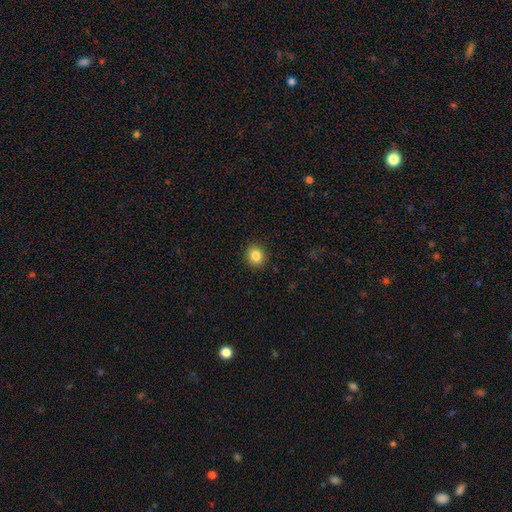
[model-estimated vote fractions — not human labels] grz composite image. It shows a smooth galaxy with no disk features (85%) that is round (84%). Merging: none (92%).